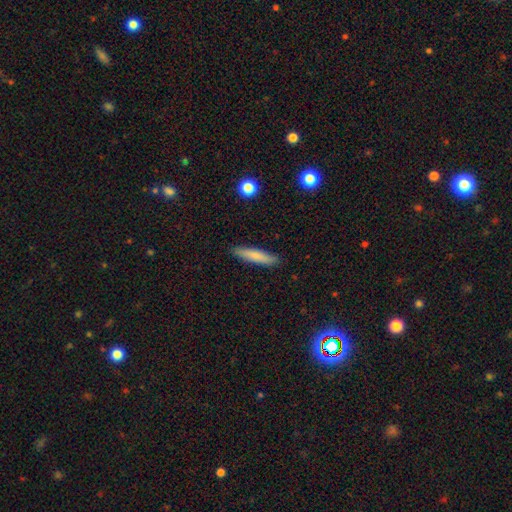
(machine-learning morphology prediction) smooth-or-featured: smooth: 78% | featured or disk: 15% | star or artifact: 6%
  how-rounded: cigar-shaped: 86% | in between: 12% | round: 1%
  merging: none: 89% | minor disturbance: 8% | major disturbance: 2% | merger: 1%